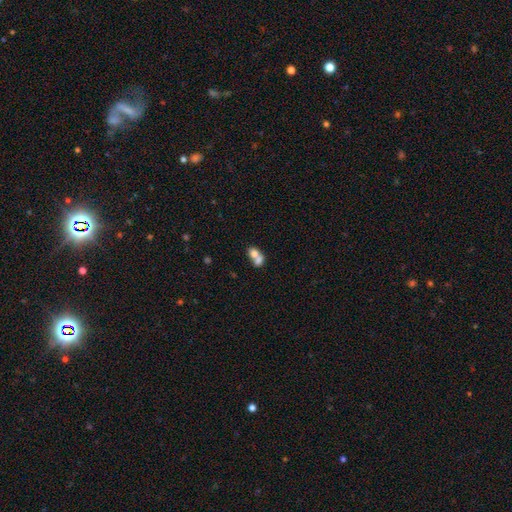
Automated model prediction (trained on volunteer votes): Smooth or featured? smooth (71%)
How rounded? in between (56%)
Merging? merger (74%)